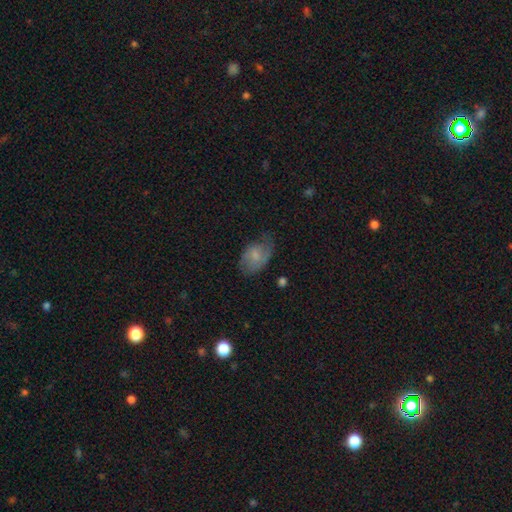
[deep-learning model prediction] This appears to be a smooth galaxy with no disk features (58%) that is in between round and cigar-shaped (87%). Merging: none (54%).